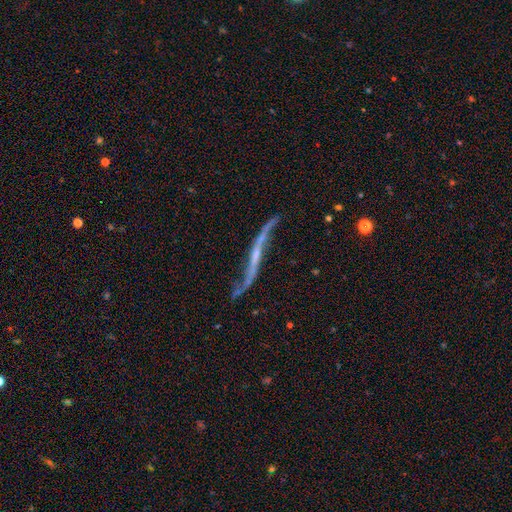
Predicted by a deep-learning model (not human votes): smooth-or-featured: featured or disk: 85% | smooth: 8% | star or artifact: 7%
  disk-edge-on: no: 54% | yes: 46%
  merging: none: 54% | minor disturbance: 22% | major disturbance: 17% | merger: 7%